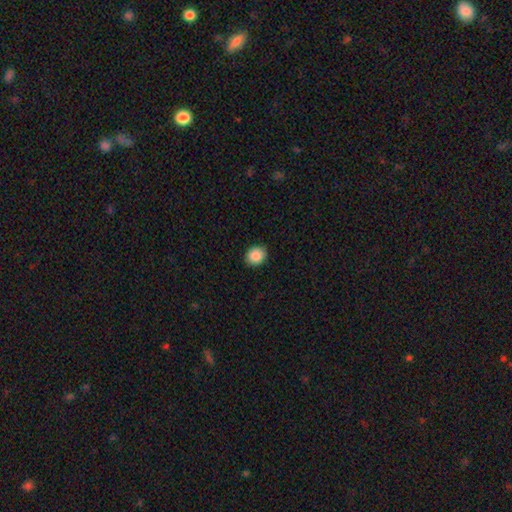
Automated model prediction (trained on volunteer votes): This is clearly a smooth galaxy (88%). How rounded: likely round (61%). Merging: clearly none (91%).